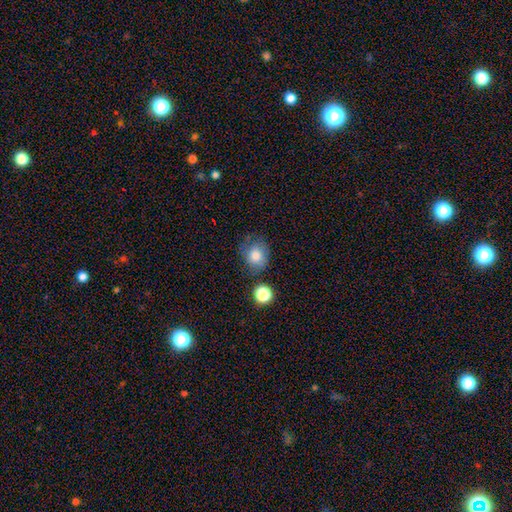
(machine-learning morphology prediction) type=smooth (80%); roundness=round (69%); merging=none (64%).